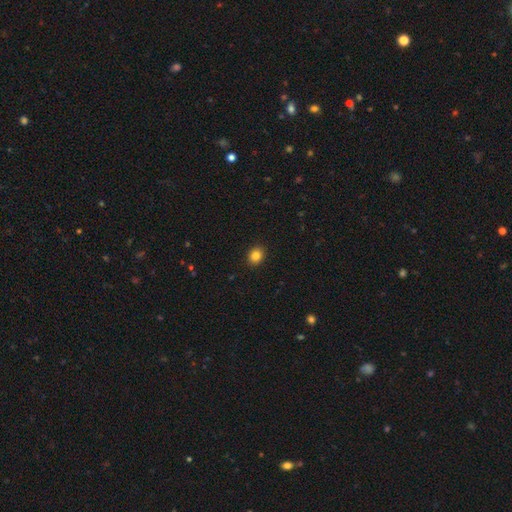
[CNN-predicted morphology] type=smooth (84%); roundness=round (64%); merging=none (91%).